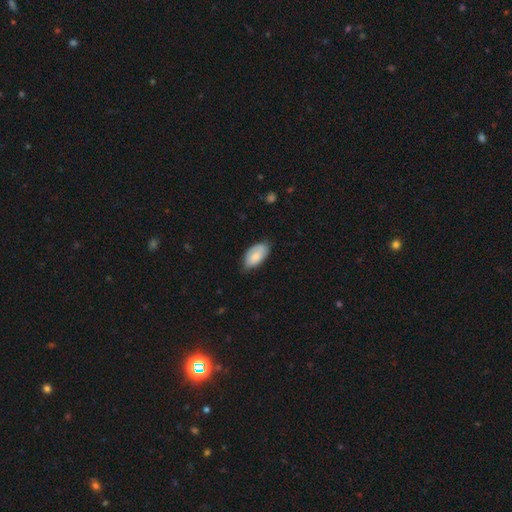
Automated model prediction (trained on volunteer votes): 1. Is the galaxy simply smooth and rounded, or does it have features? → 77% smooth, 17% featured or disk, 6% star or artifact.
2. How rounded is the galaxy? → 95% in between, 3% round, 3% cigar-shaped.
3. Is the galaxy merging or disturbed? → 66% none, 29% minor disturbance, 4% major disturbance, 1% merger.